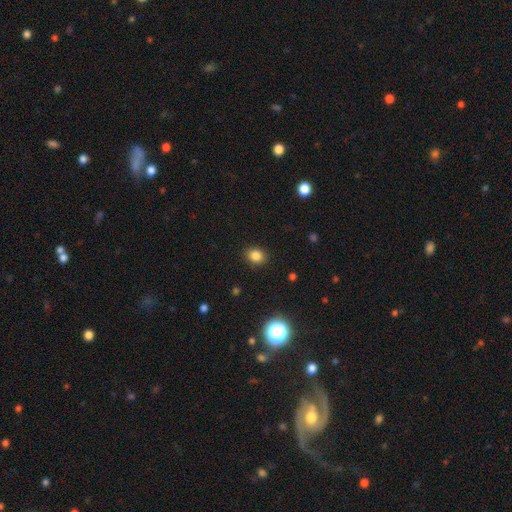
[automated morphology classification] A smooth galaxy with no disk features (83%) that is round (59%).

Vote fractions:
- Smooth or featured? smooth: 83% / star or artifact: 12% / featured or disk: 4%
- How rounded? round: 59% / in between: 40% / cigar-shaped: 1%
- Merging? none: 89% / minor disturbance: 8% / major disturbance: 2% / merger: 1%